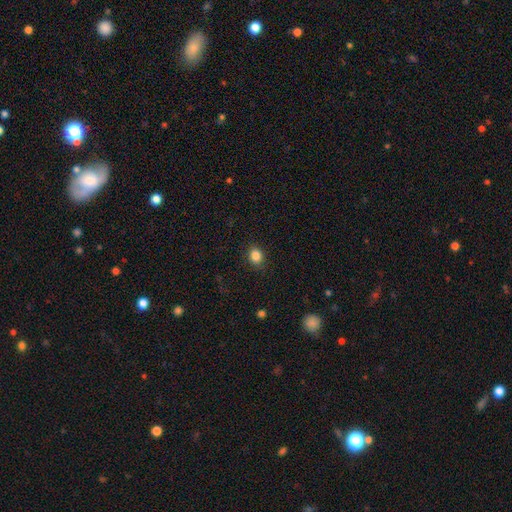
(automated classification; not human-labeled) Smooth or featured?
  - smooth: 85% *
  - star or artifact: 10%
  - featured or disk: 4%
How rounded?
  - round: 61% *
  - in between: 38%
  - cigar-shaped: 1%
Merging?
  - none: 87% *
  - minor disturbance: 9%
  - major disturbance: 3%
  - merger: 1%